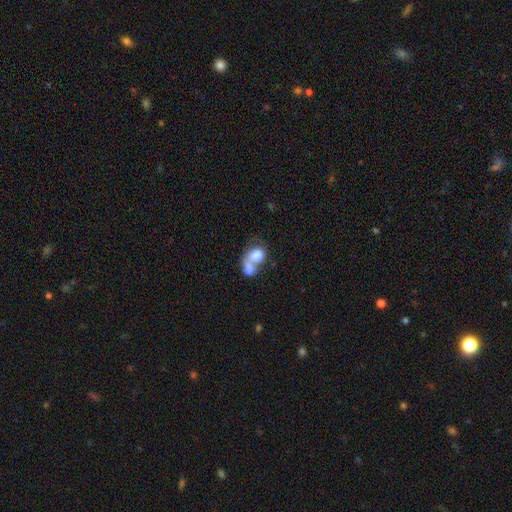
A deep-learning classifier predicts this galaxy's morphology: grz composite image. It shows a smooth galaxy with no disk features (70%) that is in between round and cigar-shaped (60%). Merging: merger (74%).